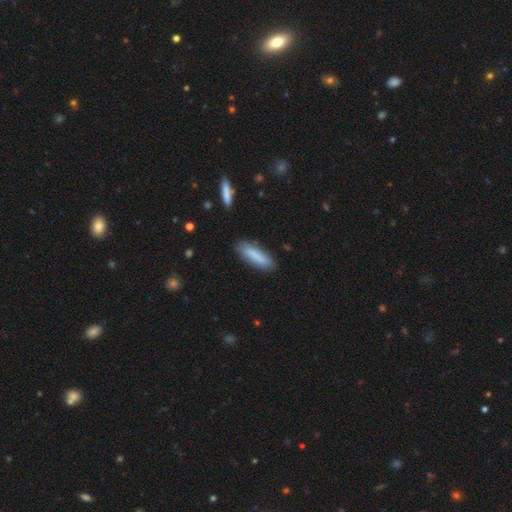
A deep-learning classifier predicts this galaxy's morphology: Smooth or featured?
  - smooth: 83% *
  - featured or disk: 11%
  - star or artifact: 6%
How rounded?
  - cigar-shaped: 64% *
  - in between: 34%
  - round: 1%
Merging?
  - none: 82% *
  - minor disturbance: 14%
  - major disturbance: 3%
  - merger: 2%